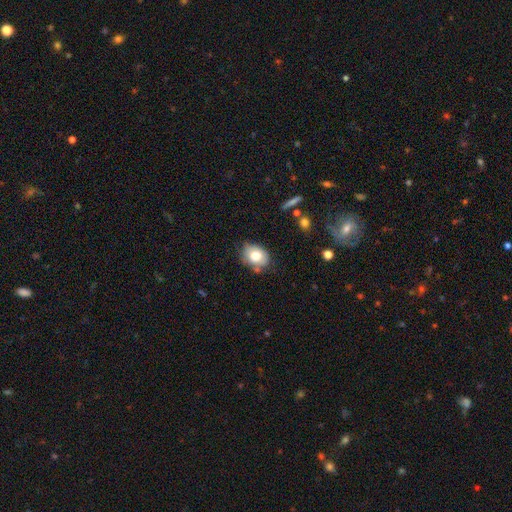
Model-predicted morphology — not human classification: smooth 75%, featured or disk 16%, star or artifact 9%. Down the decision tree: how rounded — in between (54%); merging — none (71%).